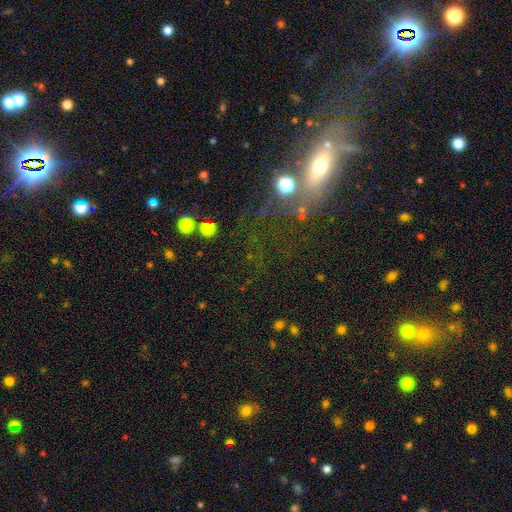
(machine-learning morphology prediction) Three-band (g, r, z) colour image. It shows a smooth galaxy with no disk features (40%). Merging: none (46%).